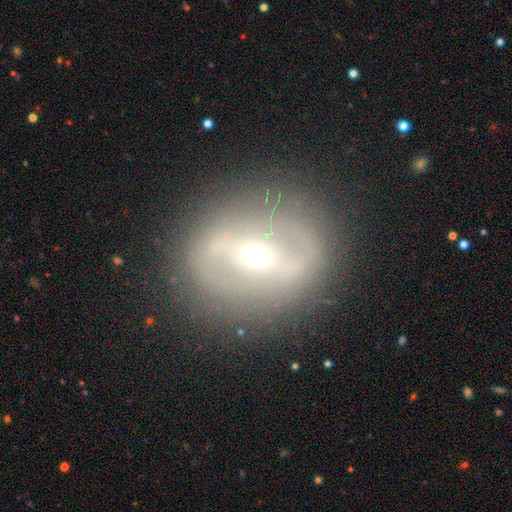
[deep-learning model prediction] Smooth or featured: featured or disk — 71% (smooth — 20%)
Edge-on disk: no — 92% (yes — 8%)
Bar: strong — 51% (weak — 28%)
Spiral arms: no — 58% (yes — 42%)
Bulge size: small — 68% (moderate — 28%)
Merging: none — 83% (minor disturbance — 10%)